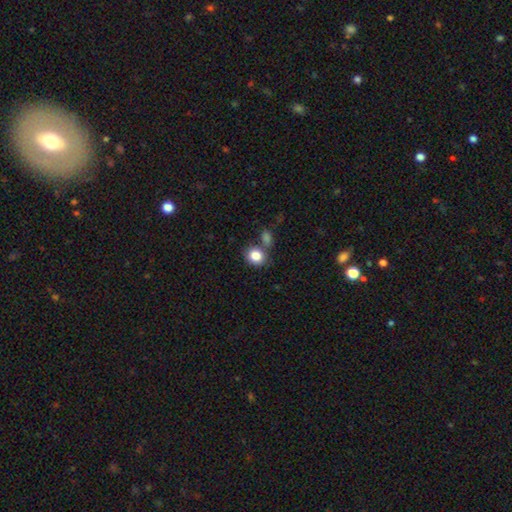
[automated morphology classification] A smooth galaxy with no disk features (85%) that is round (71%). Merging: none (66%).